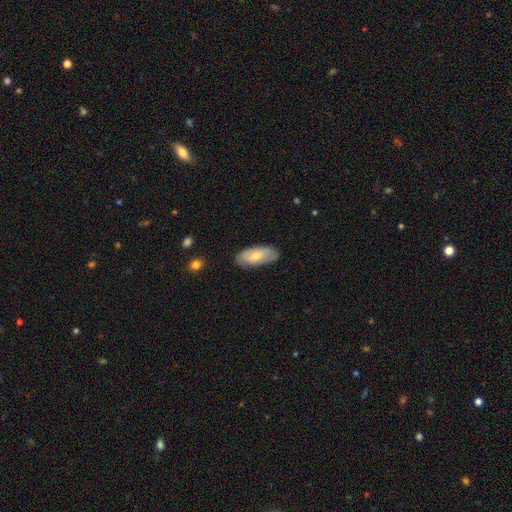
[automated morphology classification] Smooth or featured? Predicted: smooth (p=0.63). How rounded? Predicted: in between (p=0.88). Merging? Predicted: none (p=0.79).